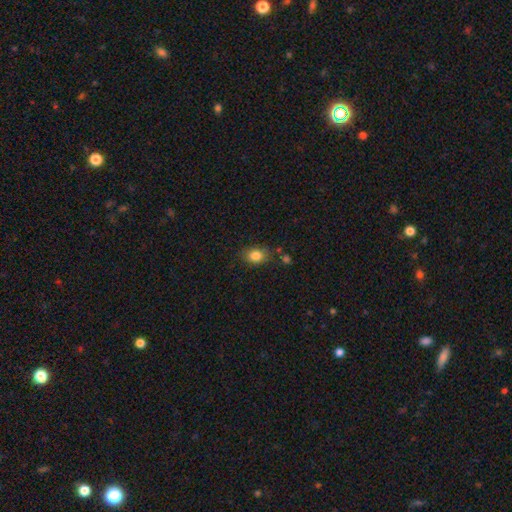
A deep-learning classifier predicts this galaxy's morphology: This appears to be a smooth galaxy with no disk features (84%) that is in between round and cigar-shaped (60%). Merging: none (74%).